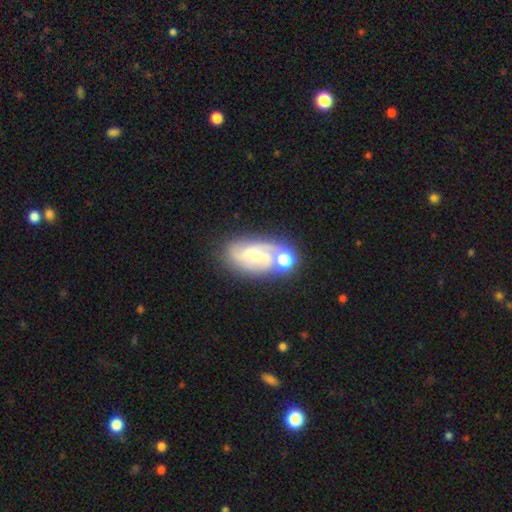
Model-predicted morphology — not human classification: Q: Smooth or featured?
A: featured or disk (72%); runner-up: smooth (18%)
Q: Edge-on disk?
A: no (96%); runner-up: yes (4%)
Q: Bar?
A: no (54%); runner-up: weak (36%)
Q: Spiral arms?
A: yes (91%); runner-up: no (9%)
Q: Spiral winding?
A: medium (46%); runner-up: tight (36%)
Q: Spiral arm count?
A: 2 (47%); runner-up: 3 (25%)
Q: Bulge size?
A: small (48%); runner-up: moderate (44%)
Q: Merging?
A: none (50%); runner-up: merger (23%)